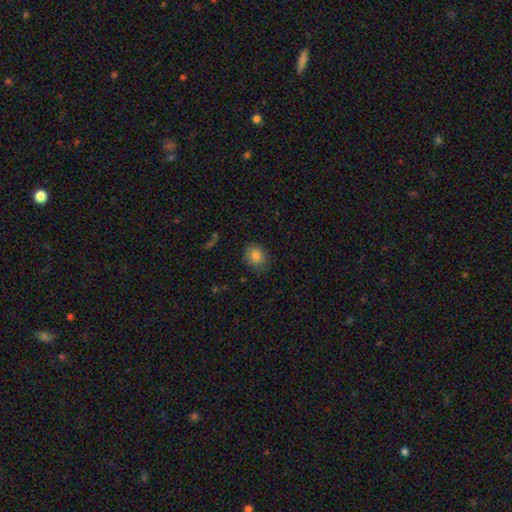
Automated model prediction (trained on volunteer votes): This appears to be a smooth galaxy with no disk features (83%) that is round (61%). Merging: none (83%).